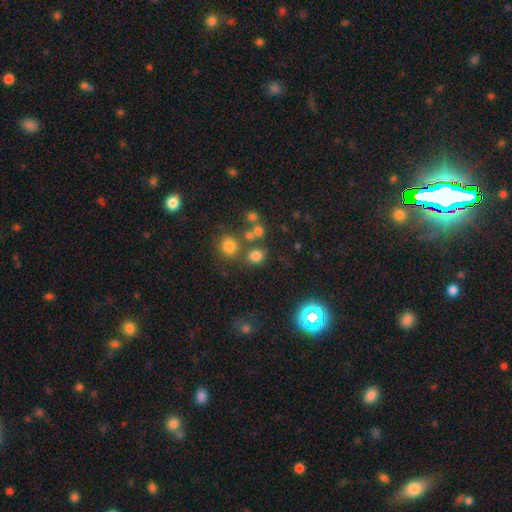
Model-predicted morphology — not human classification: Overall: smooth (75%). How rounded: round (71%). Merging: none (69%).